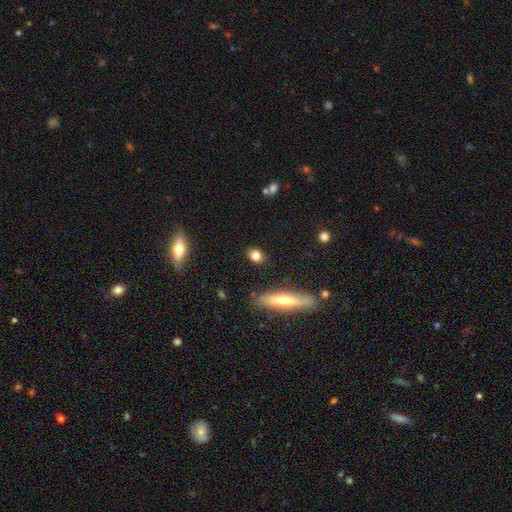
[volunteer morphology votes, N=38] Smooth or featured: smooth — 79% (featured or disk — 16%)
How rounded: round — 57% (in between — 37%)
Merging: none — 86% (minor disturbance — 11%)